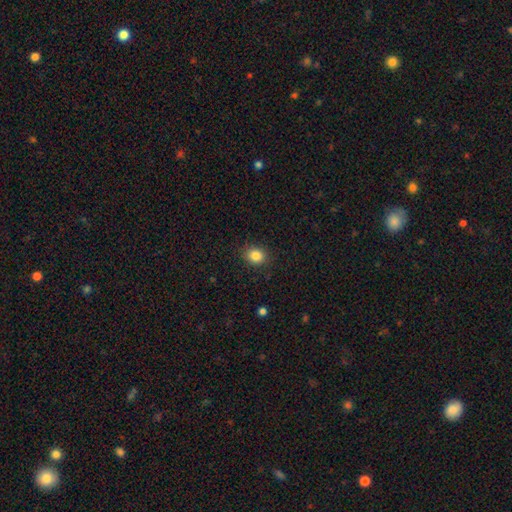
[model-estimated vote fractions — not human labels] smooth 85%, star or artifact 10%, featured or disk 5%. Down the decision tree: how rounded — round (64%); merging — none (87%).